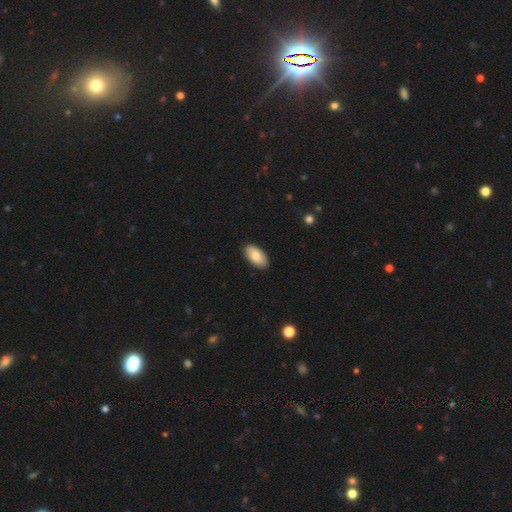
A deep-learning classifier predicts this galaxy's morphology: Smooth or featured: smooth — 82% (featured or disk — 12%)
How rounded: in between — 95% (cigar-shaped — 3%)
Merging: none — 89% (minor disturbance — 8%)